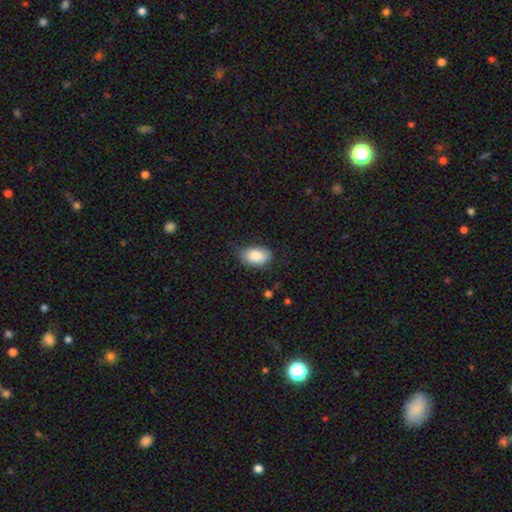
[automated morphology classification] Smooth or featured?
  - smooth: 85% *
  - featured or disk: 8%
  - star or artifact: 7%
How rounded?
  - in between: 90% *
  - round: 9%
  - cigar-shaped: 1%
Merging?
  - none: 74% *
  - minor disturbance: 21%
  - major disturbance: 4%
  - merger: 1%